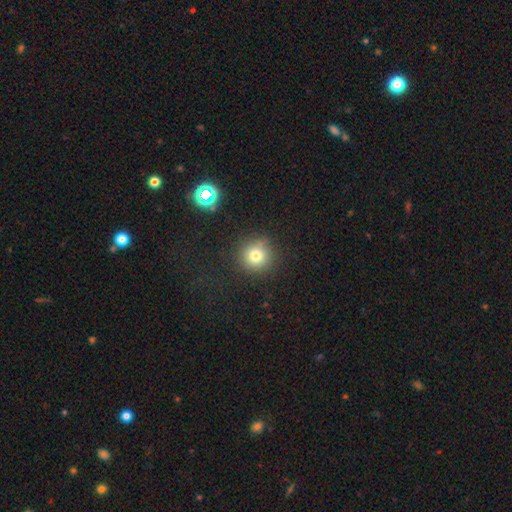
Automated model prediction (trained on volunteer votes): smooth-or-featured: smooth: 76% | star or artifact: 16% | featured or disk: 8%
  how-rounded: round: 94% | in between: 5% | cigar-shaped: 1%
  merging: none: 86% | minor disturbance: 8% | major disturbance: 3% | merger: 2%